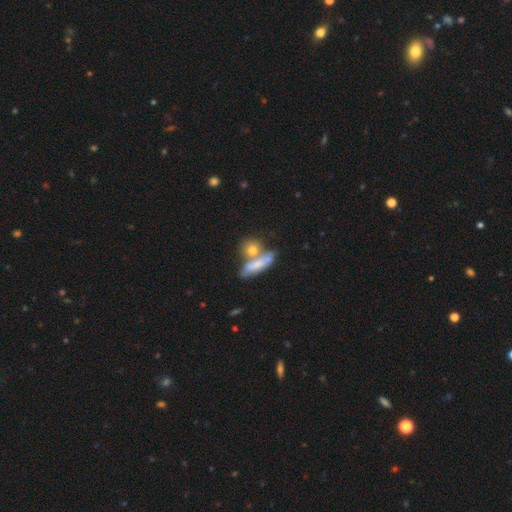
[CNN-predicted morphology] A smooth galaxy with no disk features (61%) that is in between round and cigar-shaped (40%). Merging: none (43%).